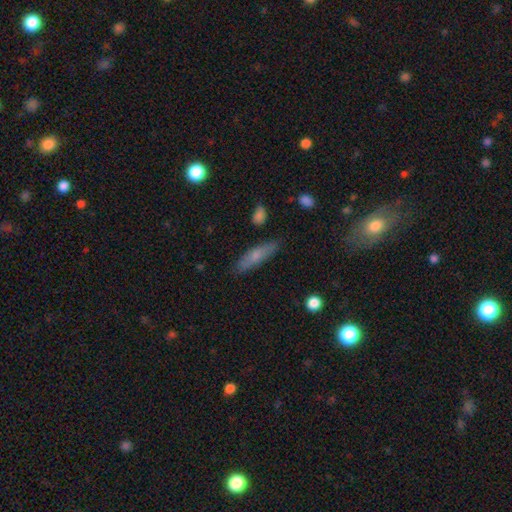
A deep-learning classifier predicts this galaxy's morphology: This appears to be a smooth galaxy with no disk features (66%) that is cigar-shaped (72%). Merging: none (84%).